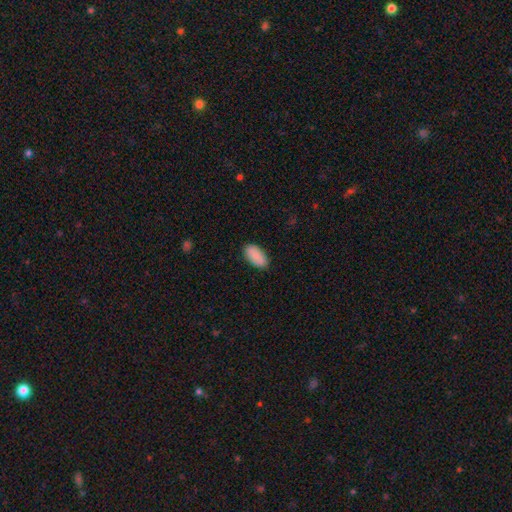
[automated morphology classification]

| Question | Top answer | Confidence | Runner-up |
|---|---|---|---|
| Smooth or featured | smooth | 89% | star or artifact (6%) |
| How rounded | in between | 94% | cigar-shaped (3%) |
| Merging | none | 87% | minor disturbance (10%) |